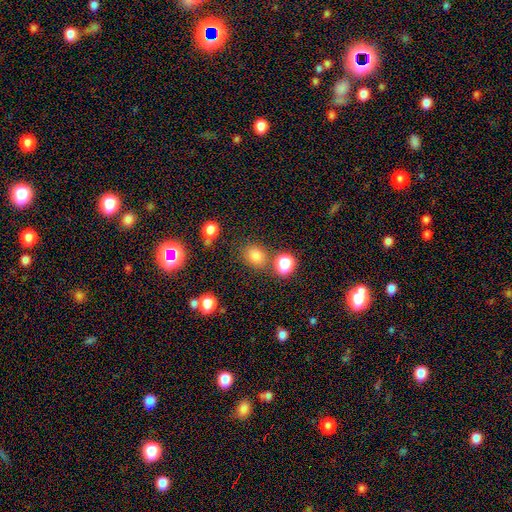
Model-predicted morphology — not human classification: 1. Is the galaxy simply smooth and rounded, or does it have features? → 77% smooth, 18% star or artifact, 5% featured or disk.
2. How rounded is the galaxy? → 60% round, 39% in between, 1% cigar-shaped.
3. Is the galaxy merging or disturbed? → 76% none, 11% minor disturbance, 9% merger, 4% major disturbance.